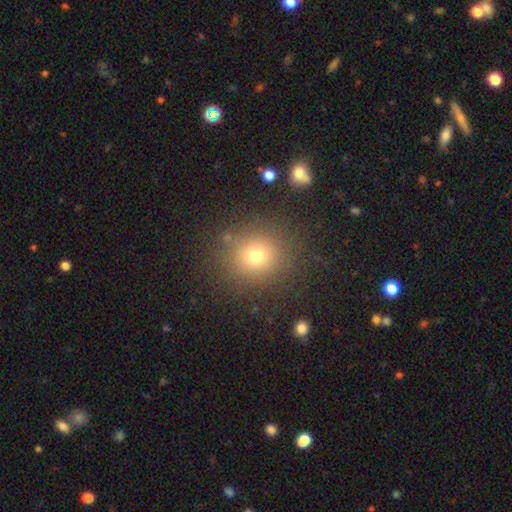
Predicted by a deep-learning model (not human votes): Q: Smooth or featured?
A: smooth (72%); runner-up: star or artifact (18%)
Q: How rounded?
A: round (88%); runner-up: in between (12%)
Q: Merging?
A: none (86%); runner-up: minor disturbance (8%)